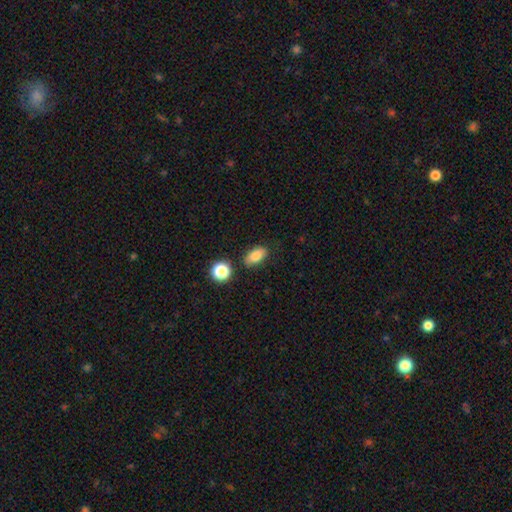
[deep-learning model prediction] Q: Smooth or featured?
A: smooth (83%); runner-up: star or artifact (10%)
Q: How rounded?
A: in between (86%); runner-up: round (9%)
Q: Merging?
A: none (80%); runner-up: minor disturbance (13%)